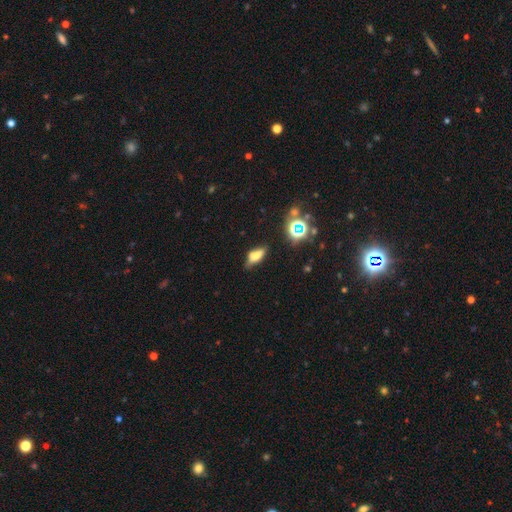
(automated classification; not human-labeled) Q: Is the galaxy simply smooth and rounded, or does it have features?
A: smooth — 59%.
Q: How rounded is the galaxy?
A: in between — 68%.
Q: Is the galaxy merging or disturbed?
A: none — 58%.